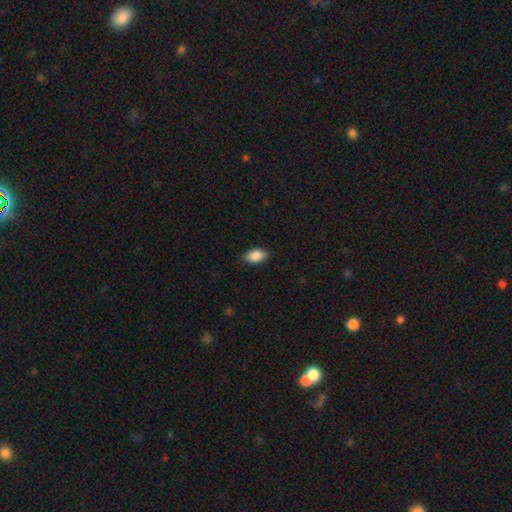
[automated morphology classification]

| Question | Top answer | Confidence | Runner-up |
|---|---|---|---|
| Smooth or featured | smooth | 88% | star or artifact (7%) |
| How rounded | in between | 90% | round (8%) |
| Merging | none | 83% | minor disturbance (13%) |